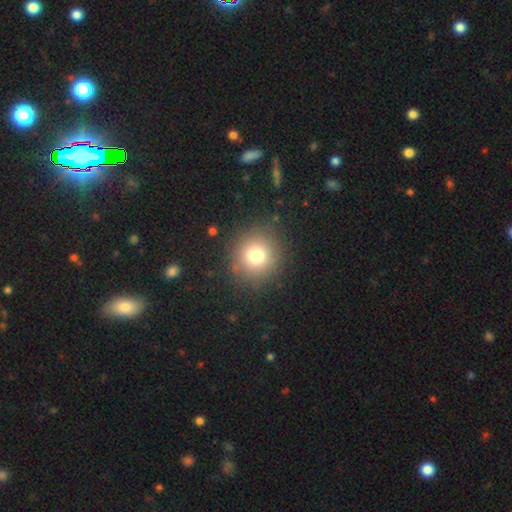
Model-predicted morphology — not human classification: A smooth galaxy with no disk features (76%) that is round (92%). Merging: none (88%).